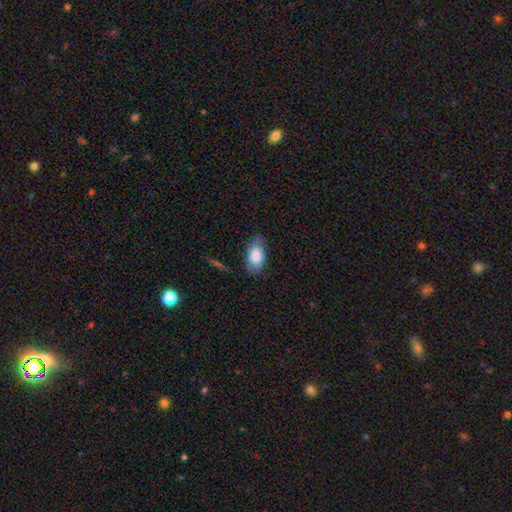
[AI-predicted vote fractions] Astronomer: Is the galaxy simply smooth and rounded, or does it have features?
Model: smooth — 82%.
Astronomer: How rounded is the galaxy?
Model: in between — 92%.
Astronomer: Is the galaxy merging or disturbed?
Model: none — 70%.